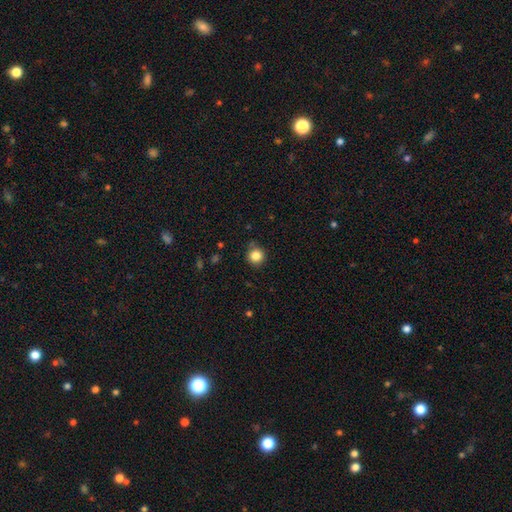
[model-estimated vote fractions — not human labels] smooth 84%, star or artifact 11%, featured or disk 5%. Down the decision tree: how rounded — round (94%); merging — none (84%).